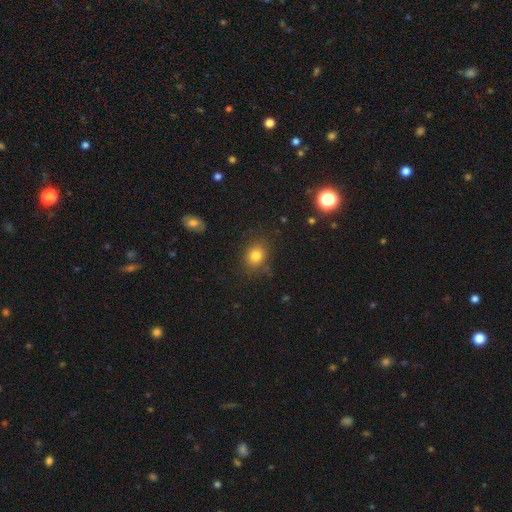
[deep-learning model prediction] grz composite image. It shows a smooth galaxy with no disk features (80%) that is round (59%). Merging: none (82%).